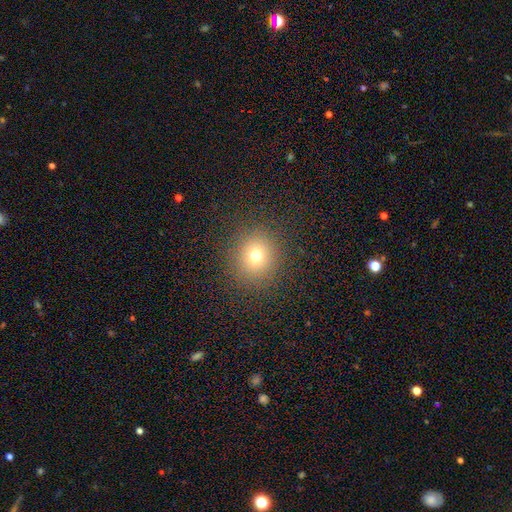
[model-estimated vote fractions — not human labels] Smooth or featured: smooth — 72% (star or artifact — 18%)
How rounded: round — 86% (in between — 13%)
Merging: none — 88% (minor disturbance — 7%)